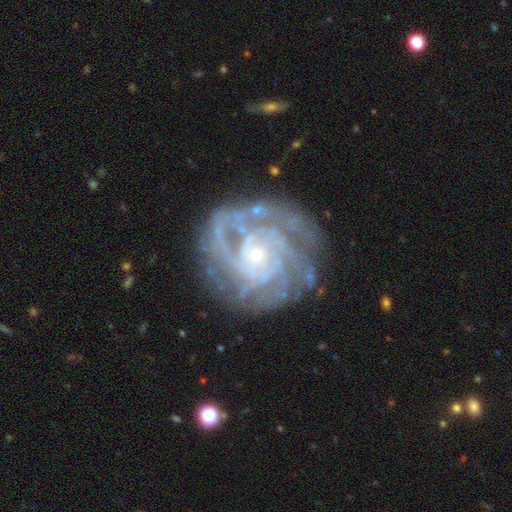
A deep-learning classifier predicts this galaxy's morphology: type=featured or disk (89%); edge-on=no (97%); bar=no (76%); spiral arms=yes (97%); winding=tight (72%); arm count=can't tell (24%); bulge=small (83%); merging=none (76%).